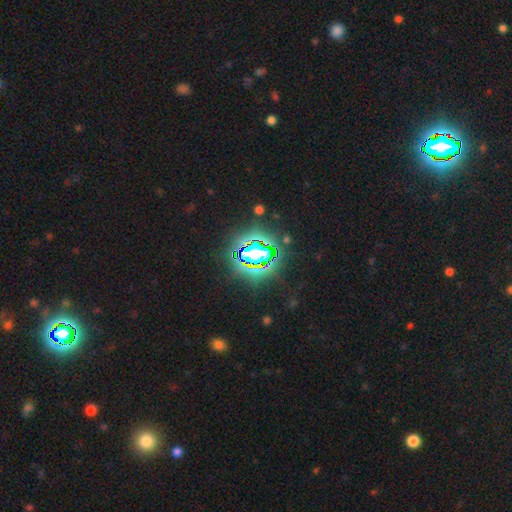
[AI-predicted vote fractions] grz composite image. It shows a star or artifact, not a galaxy (76%).